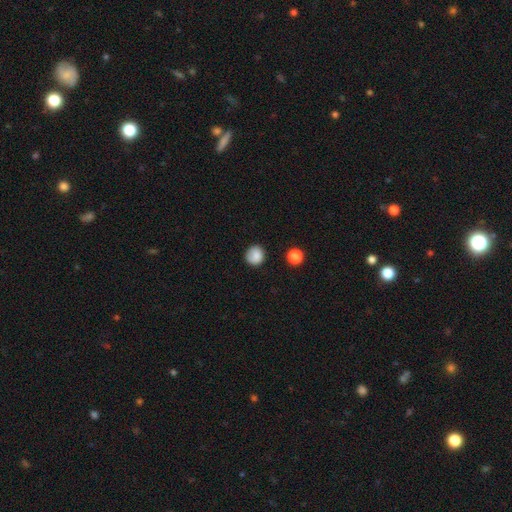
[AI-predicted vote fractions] smooth_or_featured: smooth (p=0.85) [alt: star or artifact p=0.09]
how_rounded: round (p=0.88) [alt: in between p=0.12]
merging: none (p=0.82) [alt: minor disturbance p=0.13]